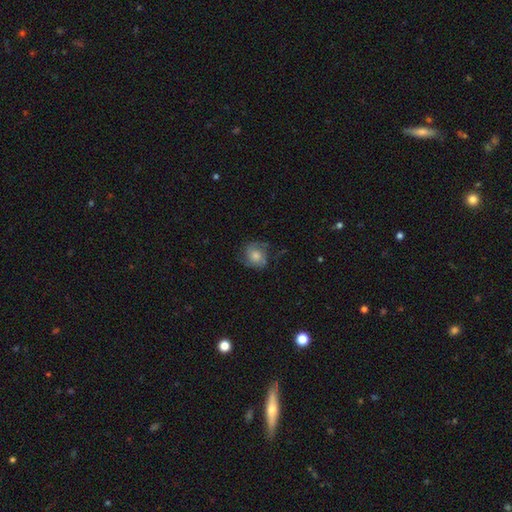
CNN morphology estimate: This is possibly a featured or disk galaxy (50%). Merging: likely none (65%).